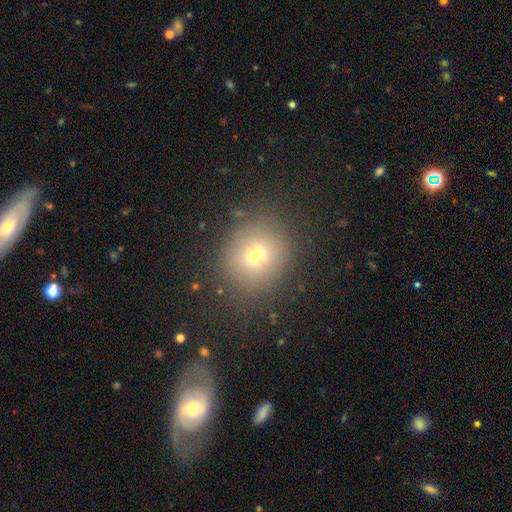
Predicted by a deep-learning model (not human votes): Smooth or featured?
  - smooth: 67% *
  - star or artifact: 18%
  - featured or disk: 15%
How rounded?
  - round: 78% *
  - in between: 21%
  - cigar-shaped: 1%
Merging?
  - none: 75% *
  - minor disturbance: 12%
  - merger: 8%
  - major disturbance: 5%